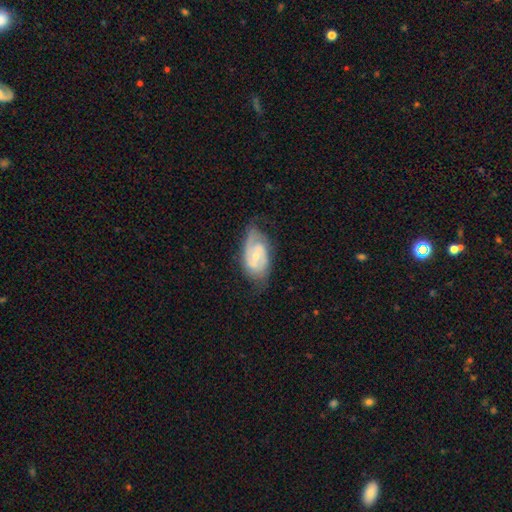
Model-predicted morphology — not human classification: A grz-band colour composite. It shows a featured or disk galaxy (82%) with a weak bar (46%), 2 (77%) tight (47%) spiral arms (94%) and a small central bulge (59%). Merging: none (70%).